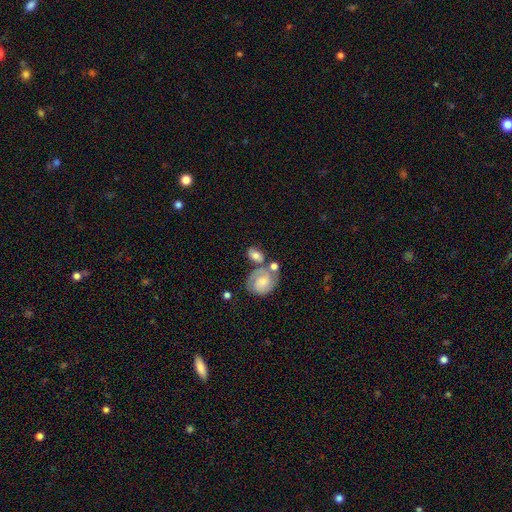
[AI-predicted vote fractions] Smooth or featured? smooth (60%)
How rounded? in between (75%)
Merging? none (42%)